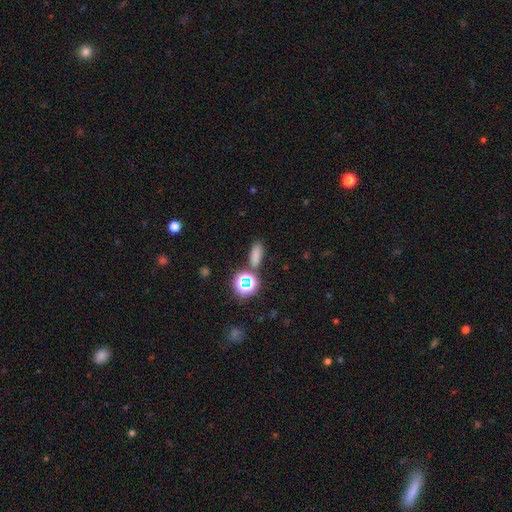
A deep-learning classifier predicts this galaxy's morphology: This is likely a smooth galaxy (72%). How rounded: likely in between (67%). Merging: likely none (78%).